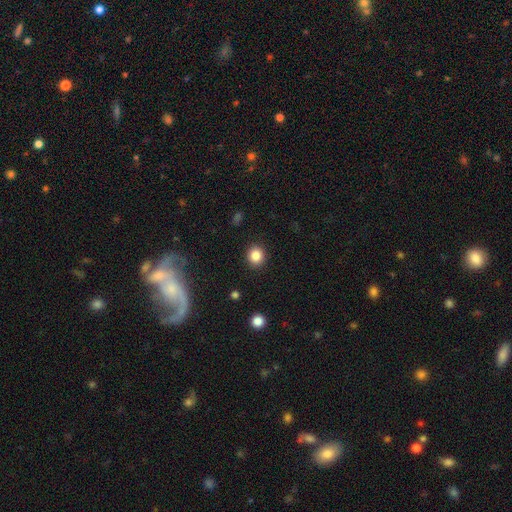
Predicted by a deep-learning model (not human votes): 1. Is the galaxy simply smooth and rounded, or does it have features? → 85% smooth, 11% star or artifact, 4% featured or disk.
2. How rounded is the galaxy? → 85% round, 14% in between, 1% cigar-shaped.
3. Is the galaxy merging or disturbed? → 91% none, 6% minor disturbance, 2% major disturbance, 1% merger.